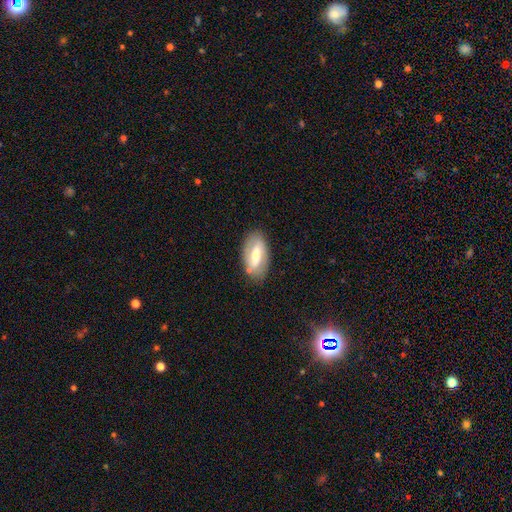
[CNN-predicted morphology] A featured or disk galaxy (55%).

Vote fractions:
- Smooth or featured? featured or disk: 55% / smooth: 39% / star or artifact: 6%
- Edge-on disk? no: 90% / yes: 10%
- Merging? none: 79% / minor disturbance: 15% / major disturbance: 4% / merger: 2%